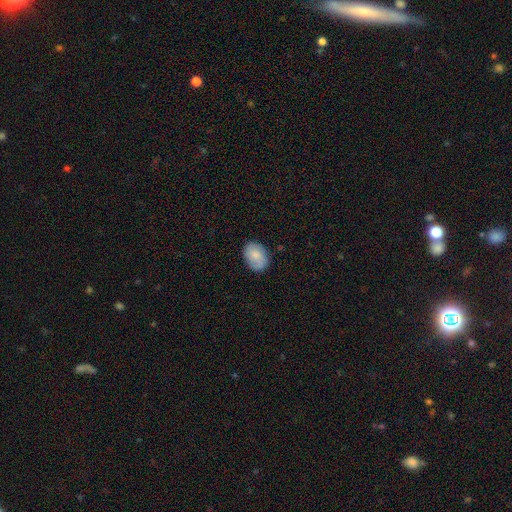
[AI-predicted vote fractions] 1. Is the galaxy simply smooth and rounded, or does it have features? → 76% smooth, 17% featured or disk, 7% star or artifact.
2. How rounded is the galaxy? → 75% in between, 24% round, 1% cigar-shaped.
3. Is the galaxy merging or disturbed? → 77% none, 18% minor disturbance, 4% major disturbance, 1% merger.